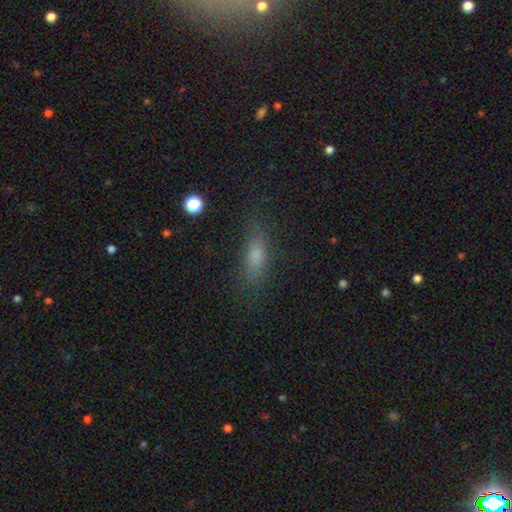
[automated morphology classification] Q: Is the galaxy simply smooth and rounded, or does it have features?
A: smooth — 73%.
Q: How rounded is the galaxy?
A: in between — 57%.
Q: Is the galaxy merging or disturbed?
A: none — 78%.